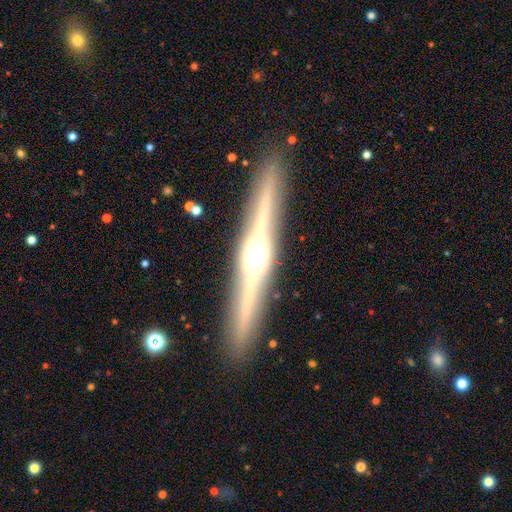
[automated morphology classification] This appears to be a featured or disk galaxy (84%) viewed edge-on (98%) with a rounded central bulge (86%). Merging: none (92%).